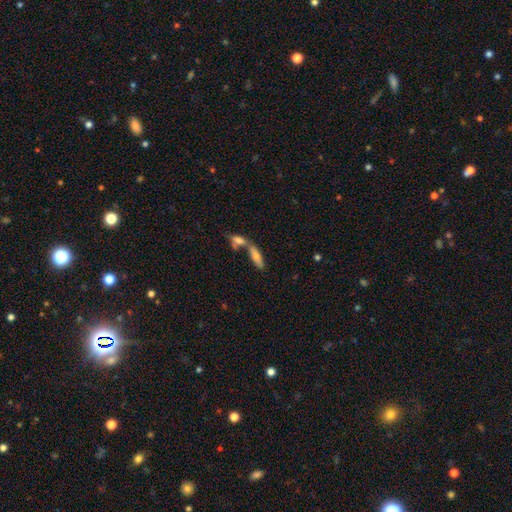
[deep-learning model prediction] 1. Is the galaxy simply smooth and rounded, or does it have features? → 52% smooth, 35% featured or disk, 13% star or artifact.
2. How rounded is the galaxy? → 55% cigar-shaped, 41% in between, 4% round.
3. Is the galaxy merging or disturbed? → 52% merger, 35% none, 8% minor disturbance, 5% major disturbance.